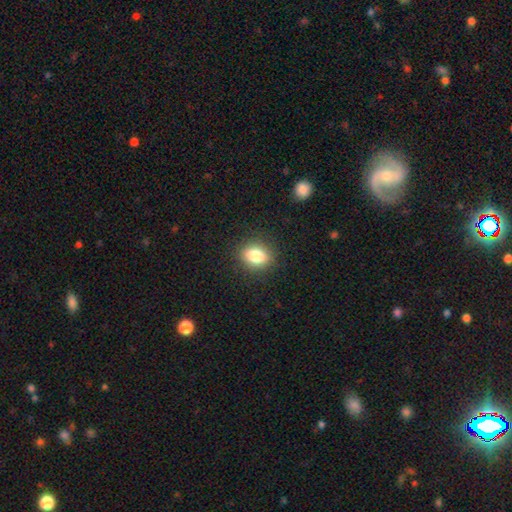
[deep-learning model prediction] The model was most divided on "how rounded": in between: 50%, round: 49%, cigar-shaped: 1%. More confident: merging — none (88%); smooth or featured — smooth (82%).